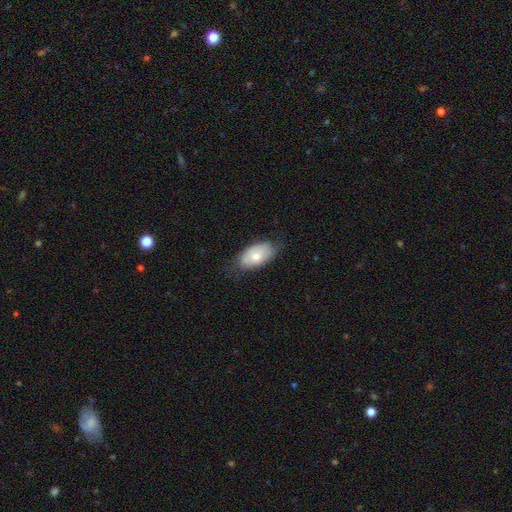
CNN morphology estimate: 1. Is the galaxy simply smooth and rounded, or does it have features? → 69% smooth, 25% featured or disk, 6% star or artifact.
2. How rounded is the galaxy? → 94% in between, 4% round, 2% cigar-shaped.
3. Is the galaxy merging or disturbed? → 72% none, 22% minor disturbance, 5% major disturbance, 1% merger.